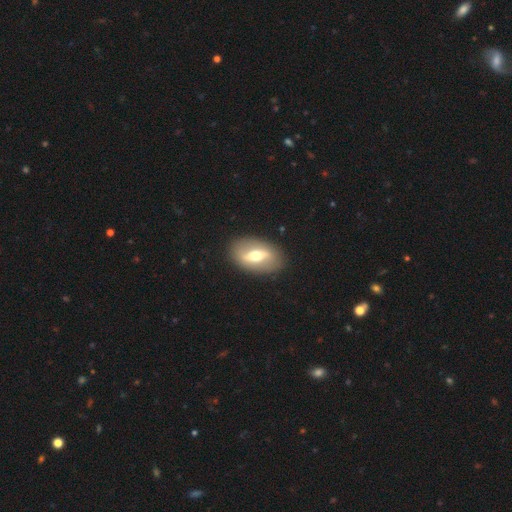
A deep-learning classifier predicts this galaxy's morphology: Overall: featured or disk (56%; smooth 38%). Edge-on disk: no (79%). Merging: none (87%).